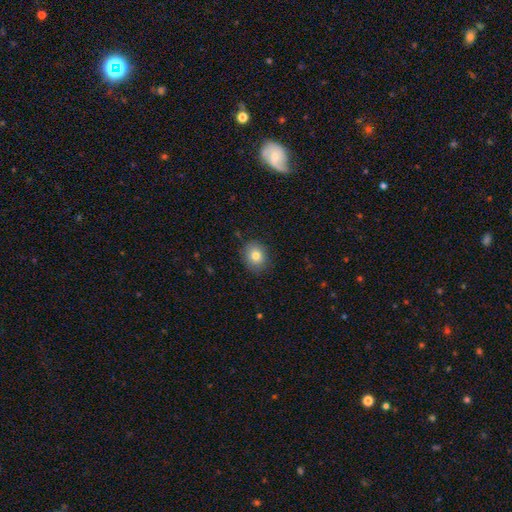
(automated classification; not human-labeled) smooth 79%, featured or disk 10%, star or artifact 10%. Down the decision tree: how rounded — round (67%); merging — none (85%).